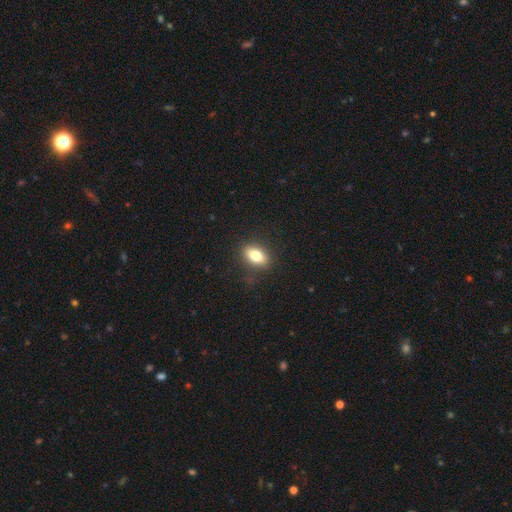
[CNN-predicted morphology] Q: Smooth or featured?
A: smooth (79%); runner-up: featured or disk (13%)
Q: How rounded?
A: in between (85%); runner-up: round (10%)
Q: Merging?
A: none (86%); runner-up: minor disturbance (10%)